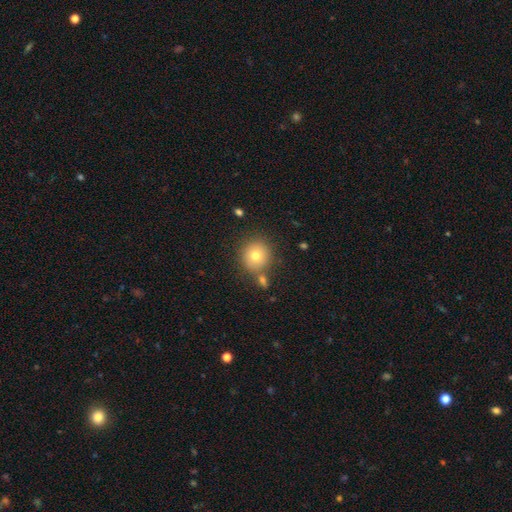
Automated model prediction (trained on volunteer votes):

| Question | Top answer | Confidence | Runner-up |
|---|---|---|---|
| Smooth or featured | smooth | 75% | featured or disk (13%) |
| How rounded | round | 90% | in between (9%) |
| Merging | none | 75% | merger (12%) |